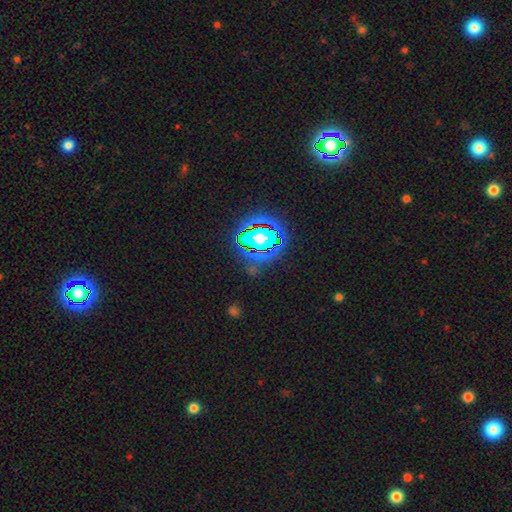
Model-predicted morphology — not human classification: This is clearly a star or artifact rather than a galaxy (80%).